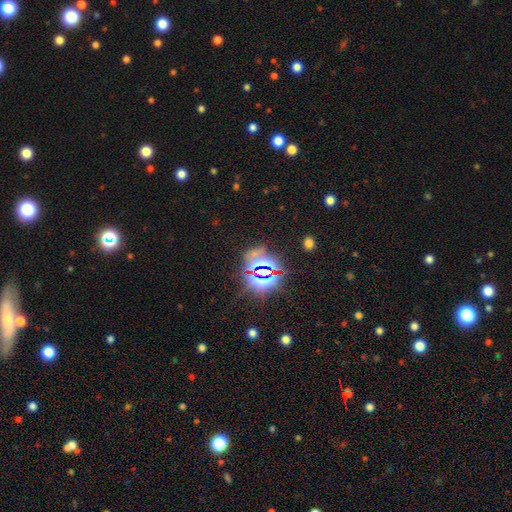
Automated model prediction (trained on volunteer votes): star or artifact 74%, smooth 17%, featured or disk 9%.